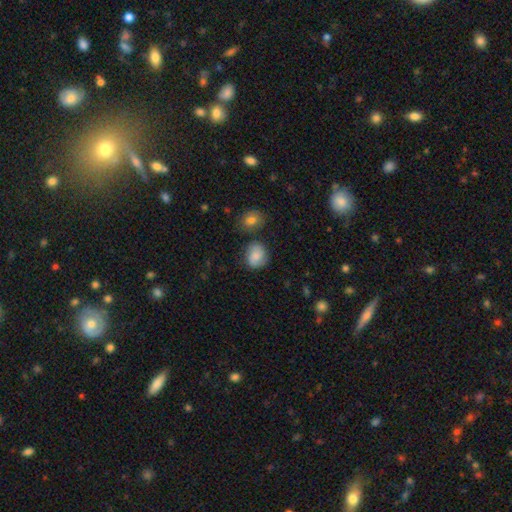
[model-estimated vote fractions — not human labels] Morphology: type=smooth (78%); roundness=round (66%); merging=none (70%).